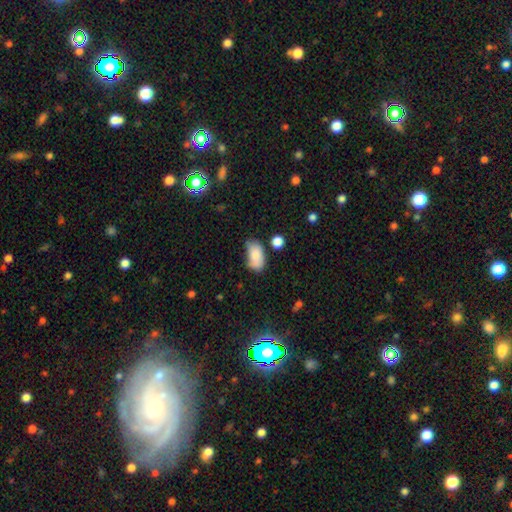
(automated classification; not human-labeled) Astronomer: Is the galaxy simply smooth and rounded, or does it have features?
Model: smooth — 80%.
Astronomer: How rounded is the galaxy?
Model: in between — 92%.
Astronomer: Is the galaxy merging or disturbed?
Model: none — 47% (runner-up: minor disturbance, 34%).